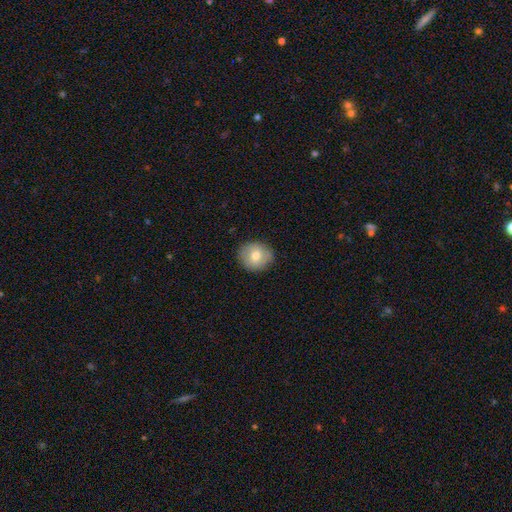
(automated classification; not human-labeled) This is likely a smooth galaxy (72%). How rounded: clearly round (80%). Merging: clearly none (86%).